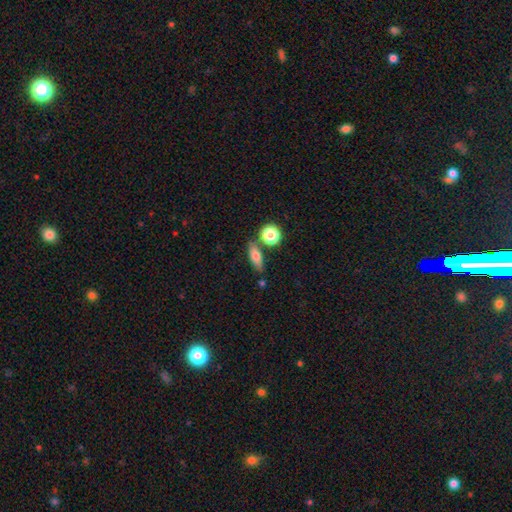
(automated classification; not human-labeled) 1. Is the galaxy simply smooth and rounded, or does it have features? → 70% smooth, 20% featured or disk, 10% star or artifact.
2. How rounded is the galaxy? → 57% in between, 31% cigar-shaped, 13% round.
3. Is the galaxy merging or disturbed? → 73% none, 12% minor disturbance, 12% merger, 3% major disturbance.